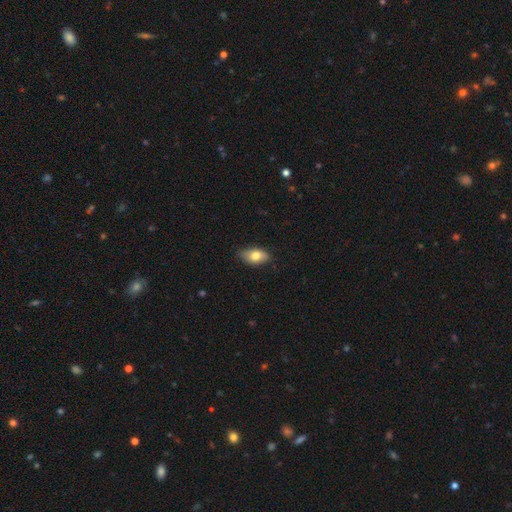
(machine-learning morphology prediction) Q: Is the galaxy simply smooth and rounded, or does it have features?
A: smooth — 74%.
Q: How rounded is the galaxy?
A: in between — 90%.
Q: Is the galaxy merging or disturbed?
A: none — 75%.